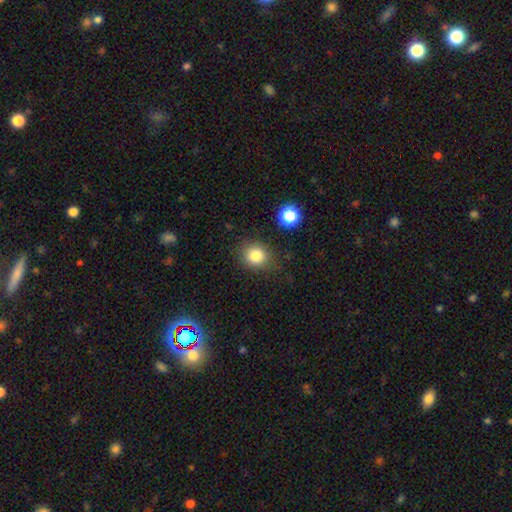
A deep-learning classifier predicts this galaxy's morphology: smooth-or-featured: smooth: 82% | star or artifact: 11% | featured or disk: 6%
  how-rounded: round: 74% | in between: 25% | cigar-shaped: 1%
  merging: none: 83% | minor disturbance: 11% | major disturbance: 3% | merger: 3%